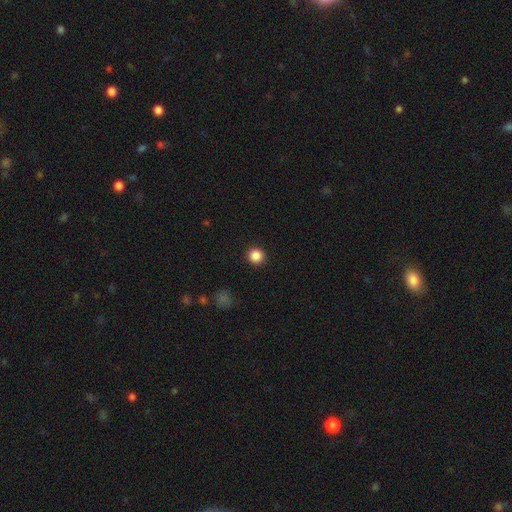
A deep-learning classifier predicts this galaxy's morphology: This appears to be a smooth galaxy with no disk features (86%) that is round (94%). Merging: none (92%).